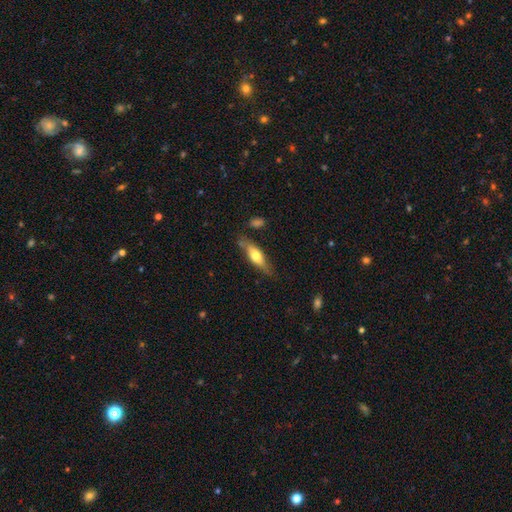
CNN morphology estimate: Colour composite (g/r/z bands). It shows a smooth galaxy with no disk features (58%) that is cigar-shaped (51%). Merging: none (72%).